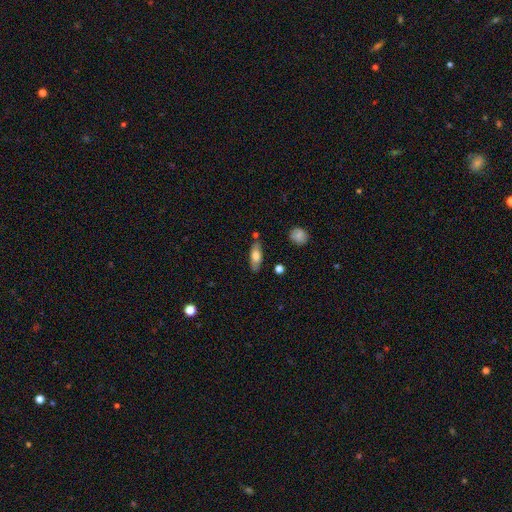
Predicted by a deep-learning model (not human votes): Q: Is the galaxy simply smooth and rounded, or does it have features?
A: smooth — 67%.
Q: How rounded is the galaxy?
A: in between — 74%.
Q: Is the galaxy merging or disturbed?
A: none — 78%.